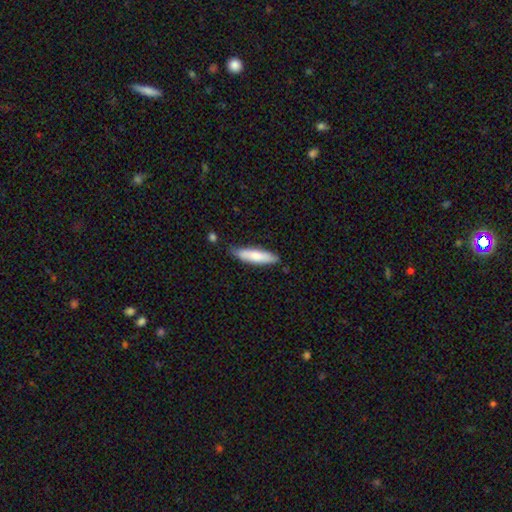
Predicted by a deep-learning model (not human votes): A smooth galaxy with no disk features (76%) that is cigar-shaped (71%). Merging: none (78%).